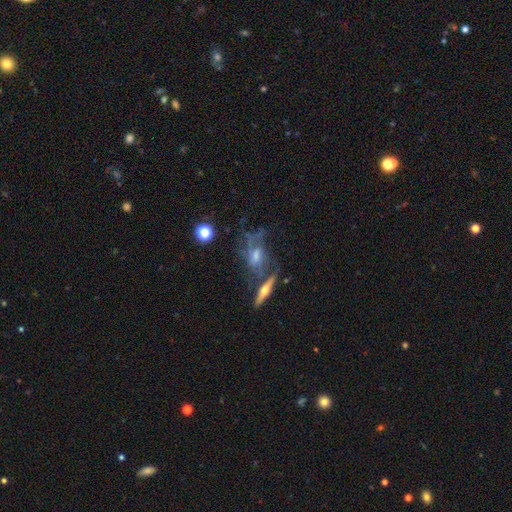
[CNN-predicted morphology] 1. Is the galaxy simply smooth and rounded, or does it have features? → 66% featured or disk, 20% smooth, 13% star or artifact.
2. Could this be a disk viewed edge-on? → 67% no, 33% yes.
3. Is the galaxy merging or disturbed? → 43% none, 23% merger, 18% minor disturbance, 17% major disturbance.